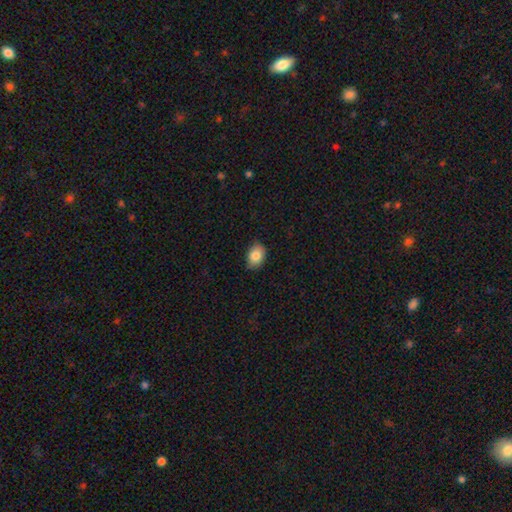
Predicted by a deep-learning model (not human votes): Smooth or featured? smooth (84%)
How rounded? in between (72%)
Merging? none (79%)